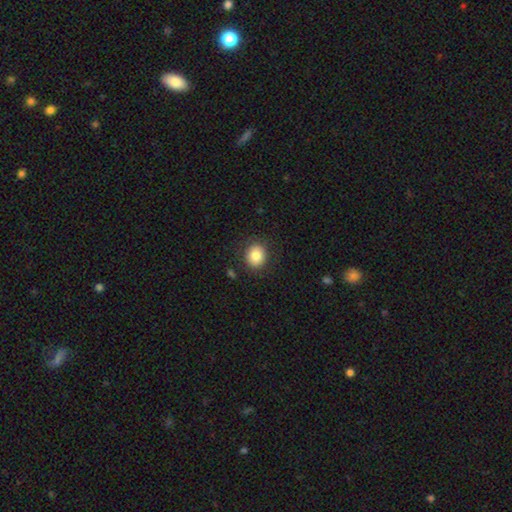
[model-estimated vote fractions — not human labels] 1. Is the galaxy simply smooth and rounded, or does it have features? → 82% smooth, 9% star or artifact, 8% featured or disk.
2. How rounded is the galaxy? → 77% round, 22% in between, 1% cigar-shaped.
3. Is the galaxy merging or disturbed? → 88% none, 8% minor disturbance, 3% major disturbance, 1% merger.